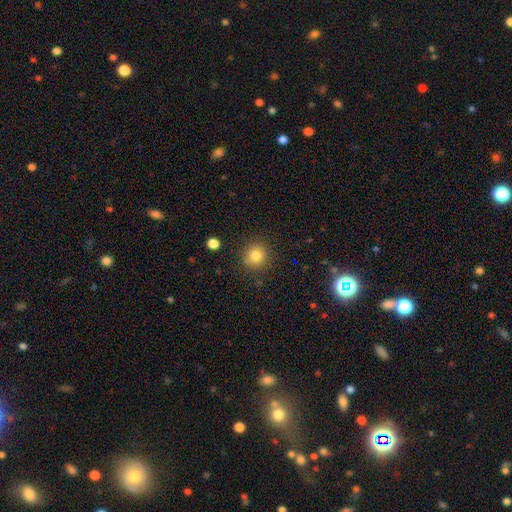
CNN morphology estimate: This is clearly a smooth galaxy (82%). How rounded: clearly round (91%). Merging: clearly none (88%).